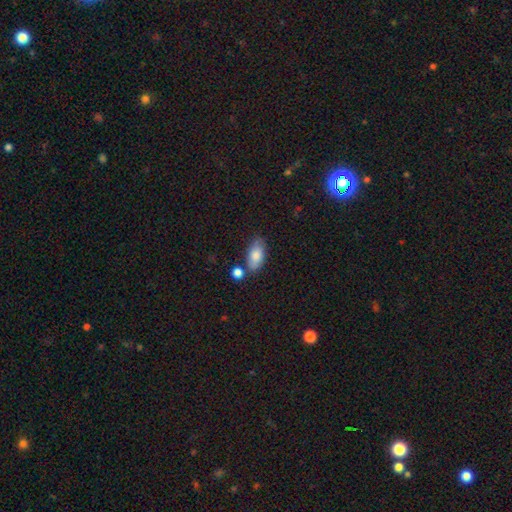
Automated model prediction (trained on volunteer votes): This appears to be a smooth galaxy with no disk features (81%) that is in between round and cigar-shaped (91%). Merging: none (66%).